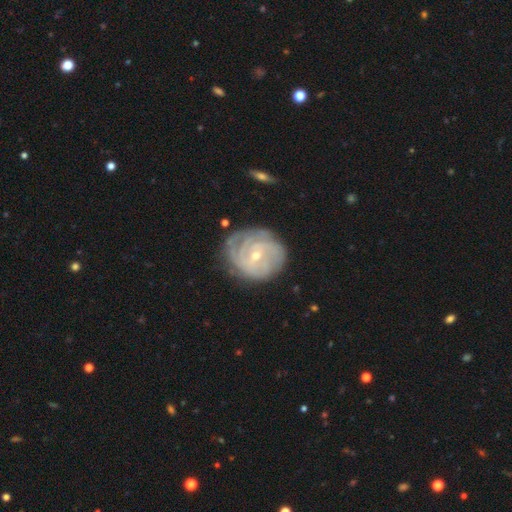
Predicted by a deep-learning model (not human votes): Morphology: type=featured or disk (82%); edge-on=no (97%); bar=no (47%); spiral arms=yes (93%); winding=tight (74%); arm count=can't tell (41%); bulge=small (67%); merging=none (70%).